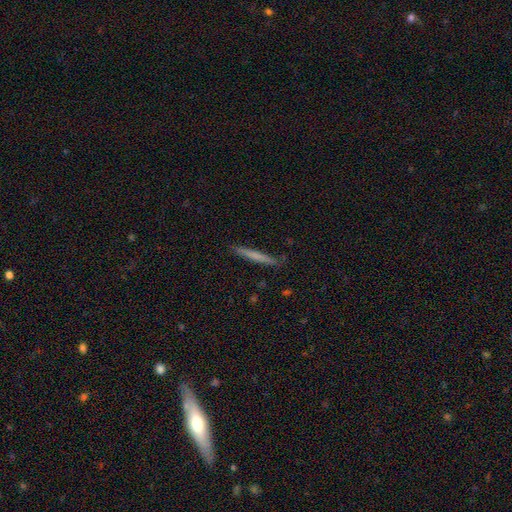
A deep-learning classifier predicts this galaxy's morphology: The model was most divided on "smooth or featured": smooth: 64%, featured or disk: 30%, star or artifact: 5%. More confident: how rounded — cigar-shaped (97%); merging — none (89%).